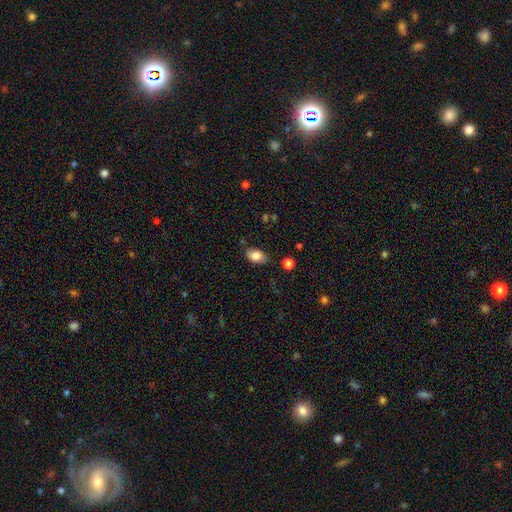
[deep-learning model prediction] The model was most divided on "merging": none: 74%, minor disturbance: 19%, major disturbance: 4%, merger: 3%. More confident: how rounded — in between (89%); smooth or featured — smooth (85%).